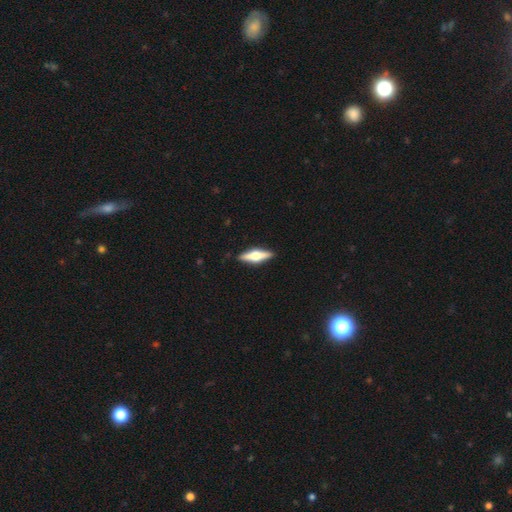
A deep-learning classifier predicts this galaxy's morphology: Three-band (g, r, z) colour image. It shows a featured or disk galaxy (65%) viewed edge-on (97%) with a rounded central bulge (94%). Merging: none (90%).